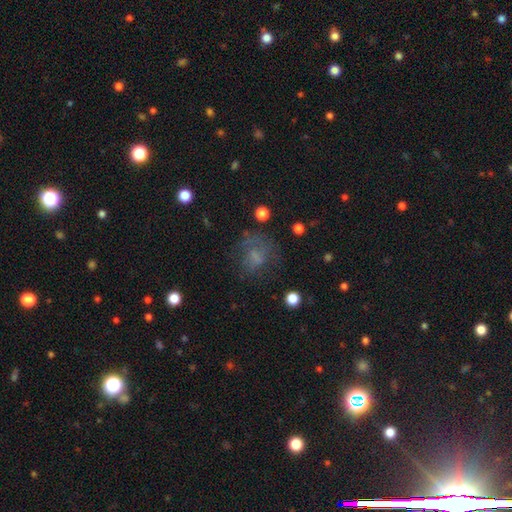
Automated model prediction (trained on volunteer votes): Morphology: type=smooth (50%); merging=none (51%).